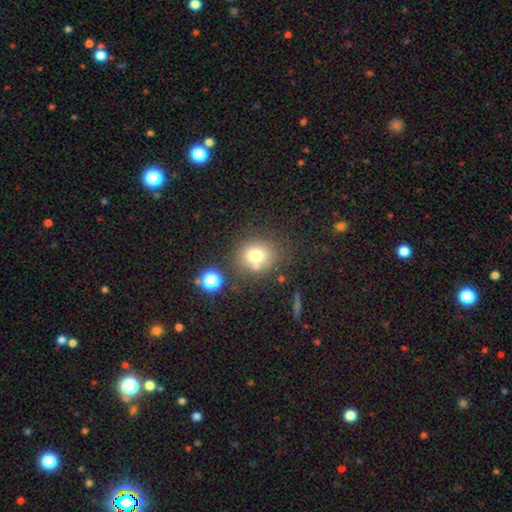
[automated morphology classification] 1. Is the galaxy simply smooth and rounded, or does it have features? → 73% smooth, 15% star or artifact, 13% featured or disk.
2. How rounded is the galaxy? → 77% round, 22% in between, 1% cigar-shaped.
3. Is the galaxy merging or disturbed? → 66% none, 16% merger, 13% minor disturbance, 5% major disturbance.